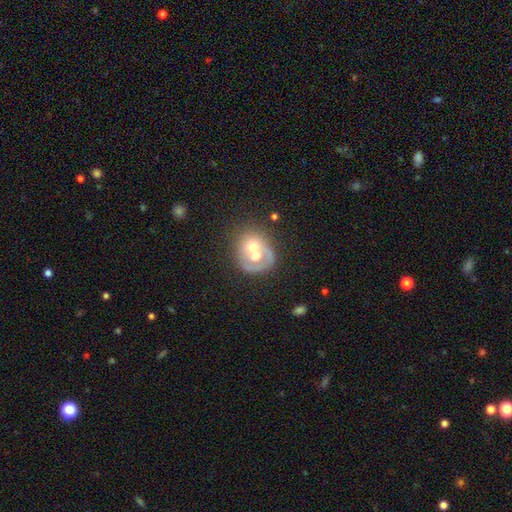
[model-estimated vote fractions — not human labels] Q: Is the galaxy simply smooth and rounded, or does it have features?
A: featured or disk — 50%.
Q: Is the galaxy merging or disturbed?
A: merger — 64%.